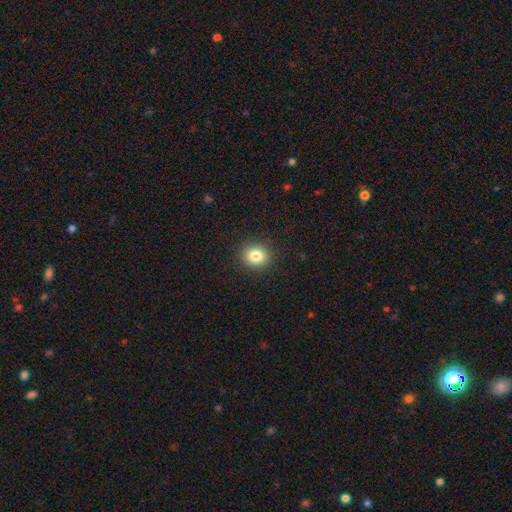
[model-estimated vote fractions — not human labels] Smooth or featured? smooth (82%)
How rounded? round (78%)
Merging? none (90%)